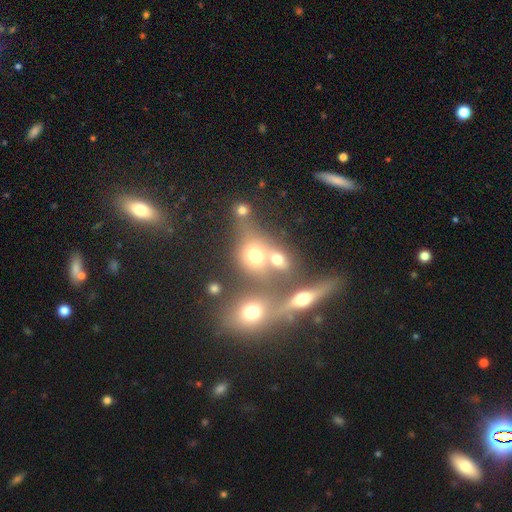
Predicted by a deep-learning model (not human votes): Overall: smooth (55%; featured or disk 26%). How rounded: round (62%; in between 33%). Merging: merger (47%; none 37%).